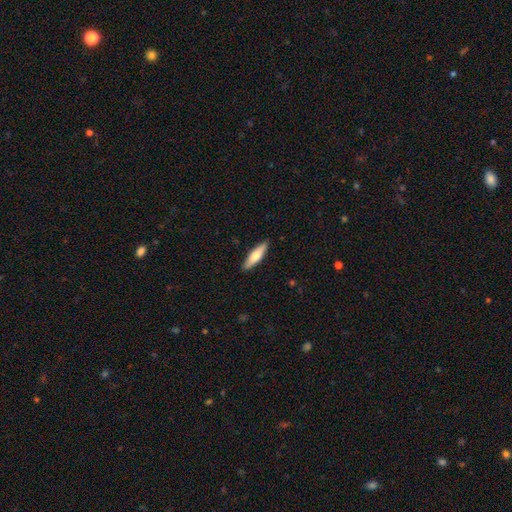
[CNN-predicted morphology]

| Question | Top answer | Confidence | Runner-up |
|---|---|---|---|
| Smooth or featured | smooth | 67% | featured or disk (28%) |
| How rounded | cigar-shaped | 69% | in between (30%) |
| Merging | none | 90% | minor disturbance (8%) |